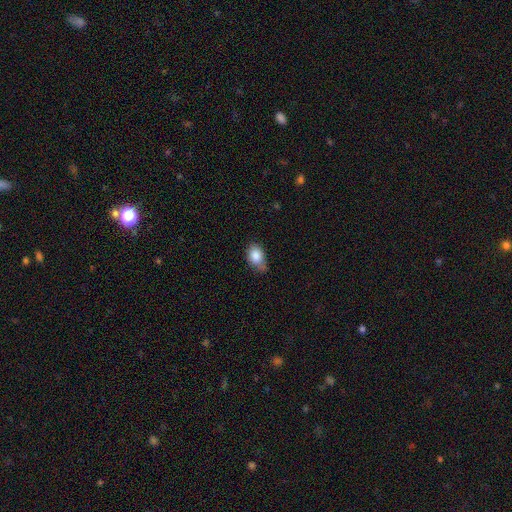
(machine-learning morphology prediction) The model was most divided on "merging": none: 50%, minor disturbance: 39%, major disturbance: 8%, merger: 3%. More confident: smooth or featured — smooth (85%); how rounded — in between (79%).